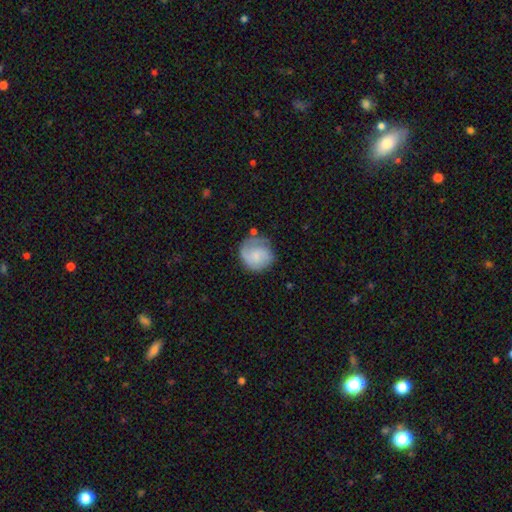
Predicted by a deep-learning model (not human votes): The model was most divided on "smooth or featured": smooth: 52%, featured or disk: 41%, star or artifact: 7%. More confident: how rounded — round (86%); merging — none (57%).